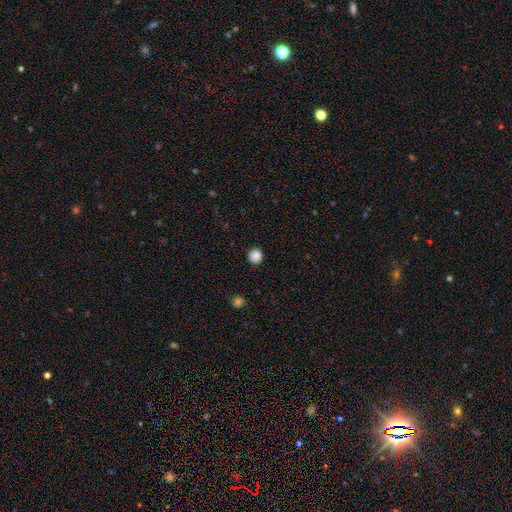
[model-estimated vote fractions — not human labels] Smooth or featured?
  - smooth: 86% *
  - star or artifact: 11%
  - featured or disk: 3%
How rounded?
  - round: 93% *
  - in between: 6%
  - cigar-shaped: 1%
Merging?
  - none: 90% *
  - minor disturbance: 6%
  - major disturbance: 2%
  - merger: 1%